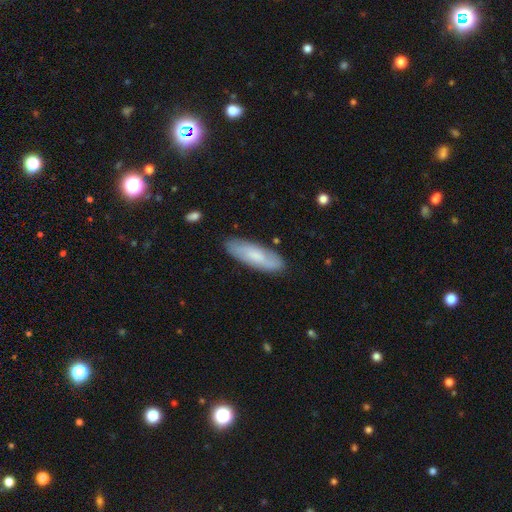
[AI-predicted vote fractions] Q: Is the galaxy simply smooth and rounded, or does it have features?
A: smooth — 64%.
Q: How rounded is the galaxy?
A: in between — 54%.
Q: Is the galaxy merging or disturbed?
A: none — 84%.